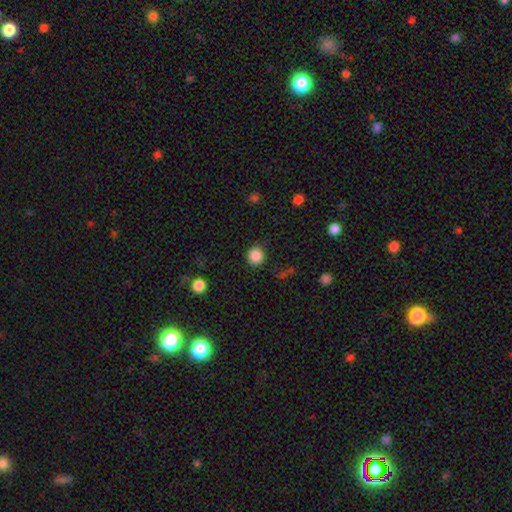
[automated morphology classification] The model was most divided on "smooth or featured": smooth: 87%, star or artifact: 10%, featured or disk: 3%. More confident: how rounded — round (91%); merging — none (87%).